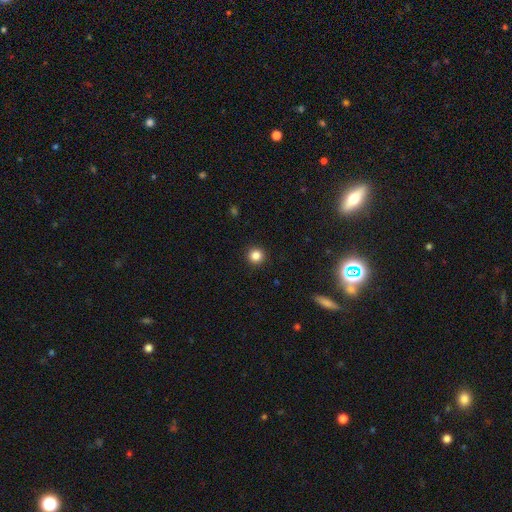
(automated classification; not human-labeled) smooth_or_featured: smooth (p=0.85) [alt: star or artifact p=0.11]
how_rounded: round (p=0.95) [alt: in between p=0.04]
merging: none (p=0.93) [alt: minor disturbance p=0.04]